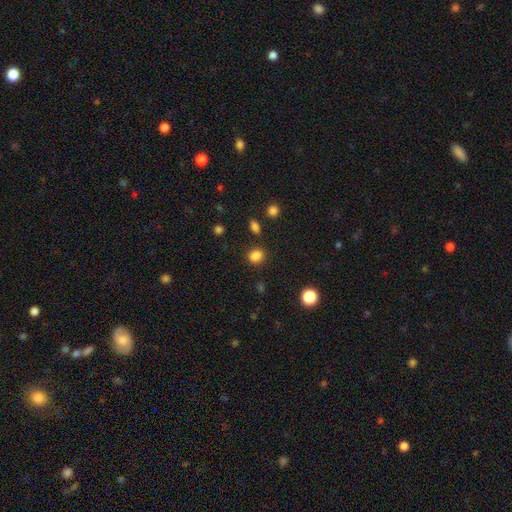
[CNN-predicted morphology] Smooth or featured: smooth — 84% (star or artifact — 12%)
How rounded: round — 56% (in between — 43%)
Merging: none — 81% (minor disturbance — 11%)